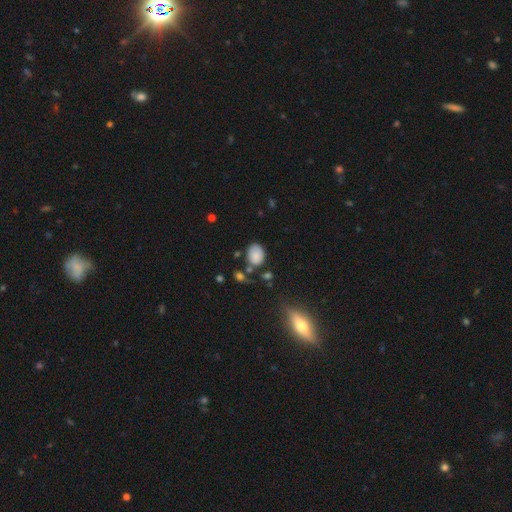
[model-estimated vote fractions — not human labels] Smooth or featured: smooth — 80% (star or artifact — 10%)
How rounded: in between — 68% (round — 30%)
Merging: none — 61% (minor disturbance — 23%)